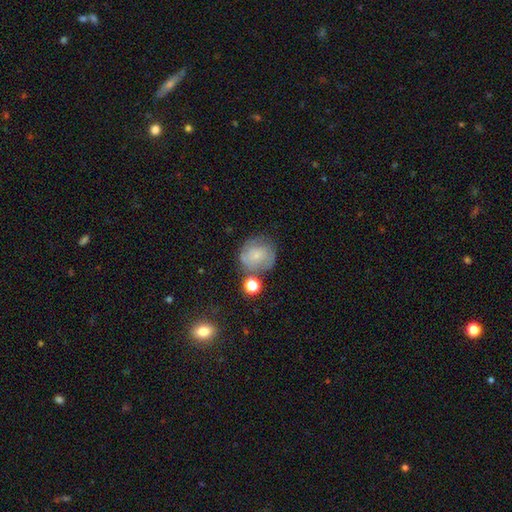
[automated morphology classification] smooth 50%, featured or disk 40%, star or artifact 10%. Down the decision tree: merging — none (57%).